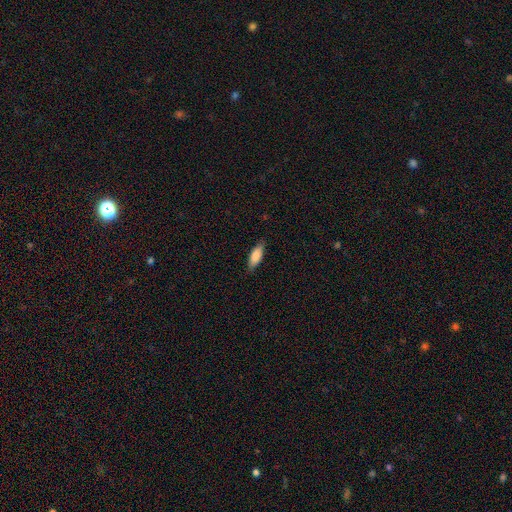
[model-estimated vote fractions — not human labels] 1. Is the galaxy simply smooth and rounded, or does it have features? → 82% smooth, 12% featured or disk, 6% star or artifact.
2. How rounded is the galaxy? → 65% in between, 33% cigar-shaped, 2% round.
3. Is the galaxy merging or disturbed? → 84% none, 13% minor disturbance, 2% major disturbance, 1% merger.